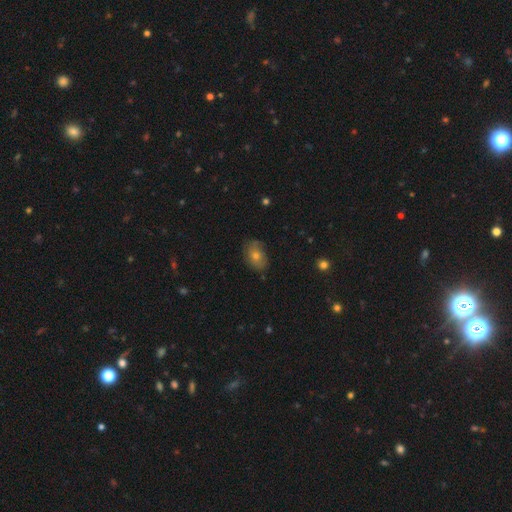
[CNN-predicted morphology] The model was most divided on "smooth or featured": smooth: 59%, featured or disk: 26%, star or artifact: 15%. More confident: how rounded — in between (79%); merging — none (76%).